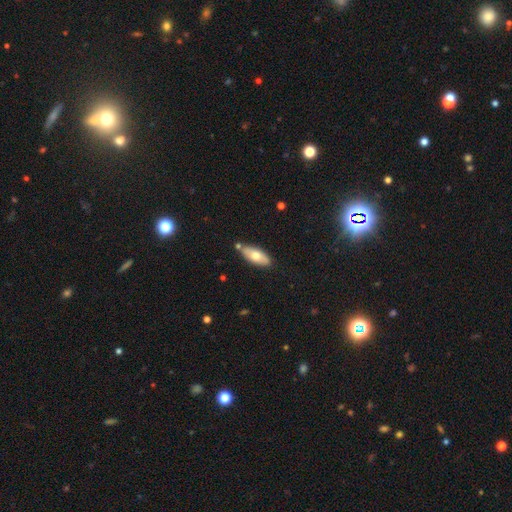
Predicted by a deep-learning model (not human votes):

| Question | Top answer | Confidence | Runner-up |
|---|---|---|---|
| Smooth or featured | smooth | 66% | featured or disk (27%) |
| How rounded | in between | 79% | cigar-shaped (19%) |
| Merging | none | 77% | minor disturbance (13%) |